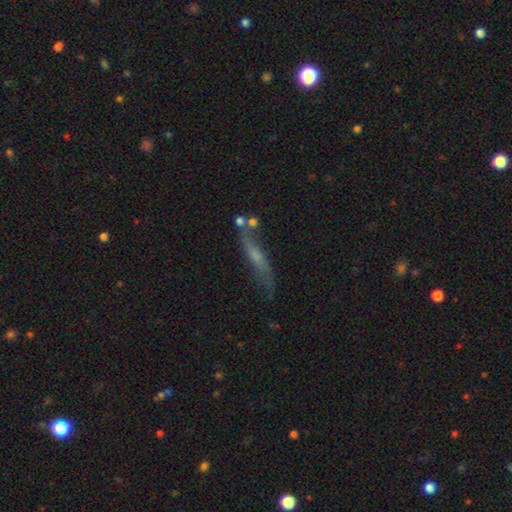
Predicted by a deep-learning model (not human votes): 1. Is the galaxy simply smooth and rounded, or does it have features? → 54% featured or disk, 36% smooth, 10% star or artifact.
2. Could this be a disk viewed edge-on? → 58% yes, 42% no.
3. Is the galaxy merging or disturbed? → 57% none, 22% minor disturbance, 10% major disturbance, 10% merger.